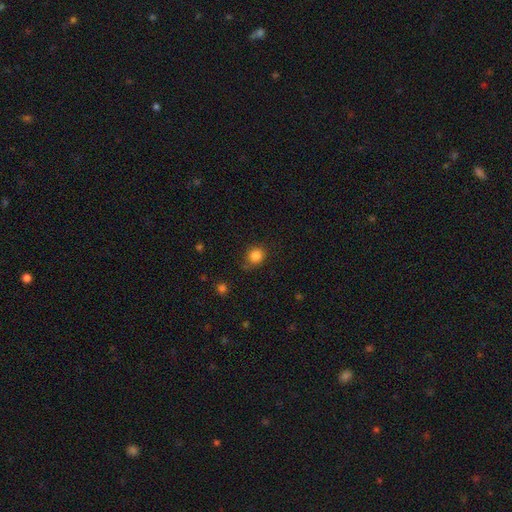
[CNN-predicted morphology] Smooth or featured? Predicted: smooth (p=0.84). How rounded? Predicted: round (p=0.82). Merging? Predicted: none (p=0.76).